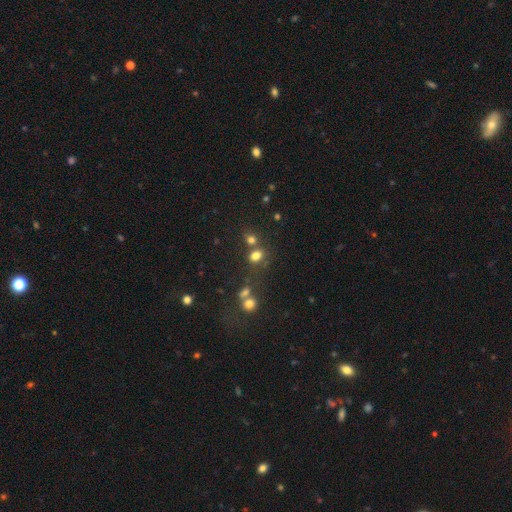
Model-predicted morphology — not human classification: Overall: smooth (73%). How rounded: round (50%; in between 48%). Merging: none (54%; merger 30%).